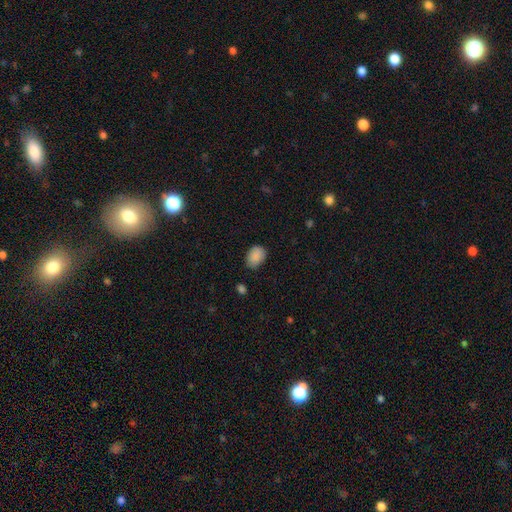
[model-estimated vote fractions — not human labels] Morphology: type=smooth (88%); roundness=in between (74%); merging=none (76%).